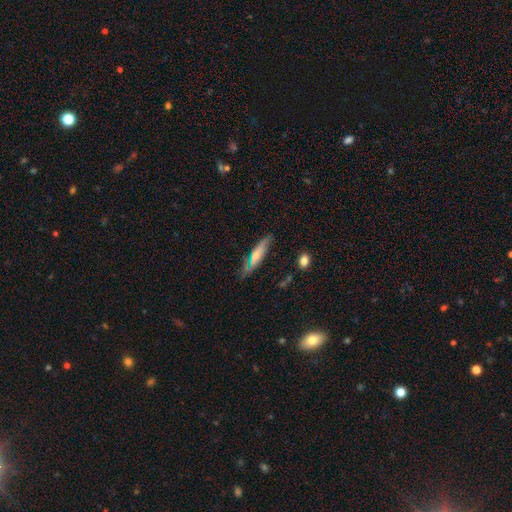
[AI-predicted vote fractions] Morphology: type=smooth (55%); roundness=cigar-shaped (76%); merging=none (67%).